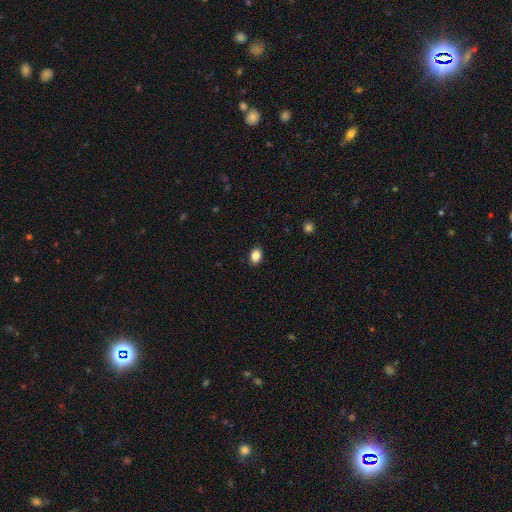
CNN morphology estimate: smooth-or-featured: smooth: 87% | star or artifact: 9% | featured or disk: 4%
  how-rounded: in between: 73% | round: 26% | cigar-shaped: 1%
  merging: none: 90% | minor disturbance: 7% | major disturbance: 2% | merger: 1%